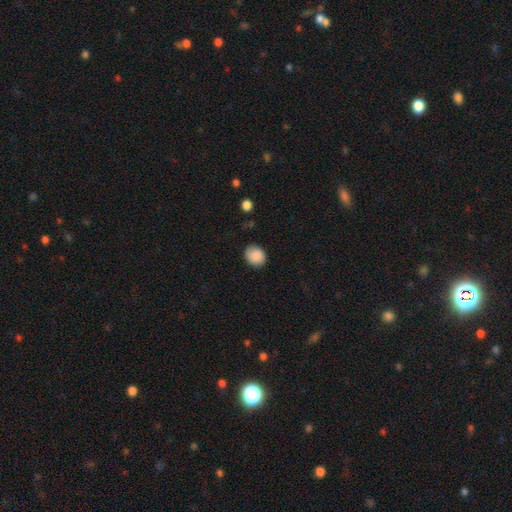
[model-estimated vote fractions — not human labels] Smooth or featured? Predicted: smooth (p=0.89). How rounded? Predicted: round (p=0.69). Merging? Predicted: none (p=0.83).